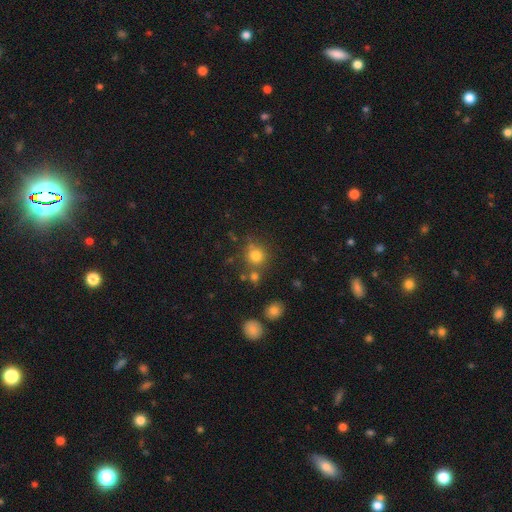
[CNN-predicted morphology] Smooth or featured? smooth (77%)
How rounded? round (89%)
Merging? none (70%)